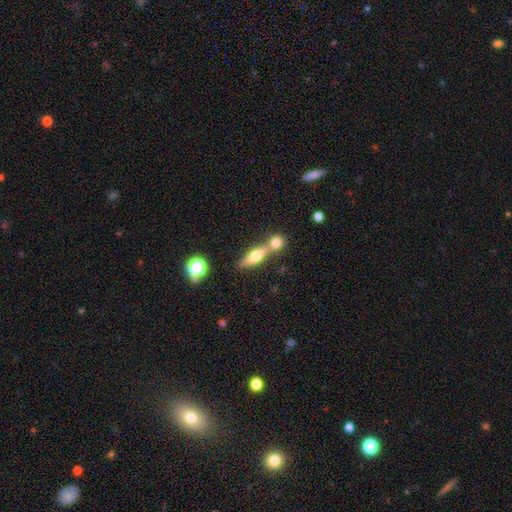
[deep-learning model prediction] Q: Smooth or featured?
A: featured or disk (49%); runner-up: smooth (42%)
Q: Merging?
A: none (49%); runner-up: merger (40%)